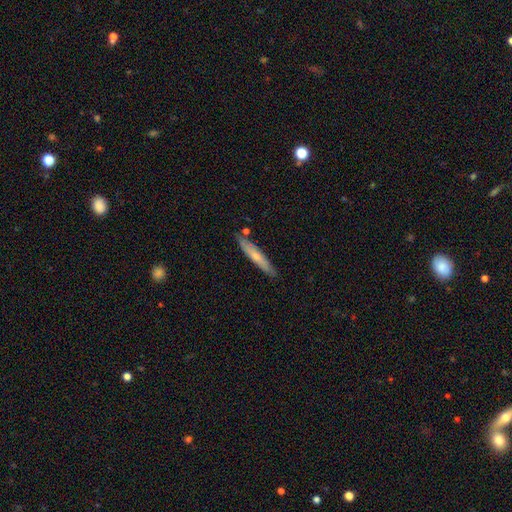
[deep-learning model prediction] A smooth galaxy with no disk features (58%) that is cigar-shaped (93%). Merging: none (84%).